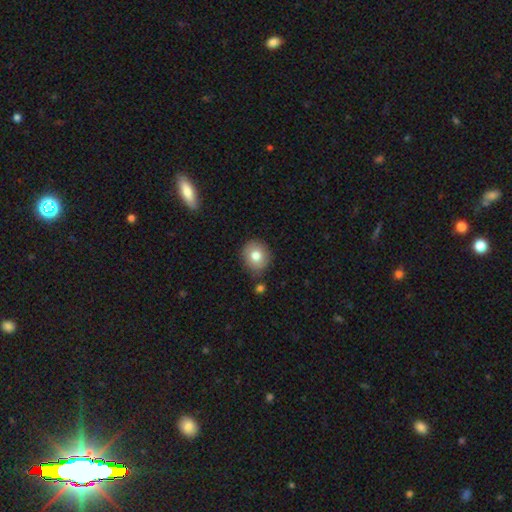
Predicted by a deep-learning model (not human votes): This appears to be a smooth galaxy with no disk features (79%) that is round (76%). Merging: none (79%).